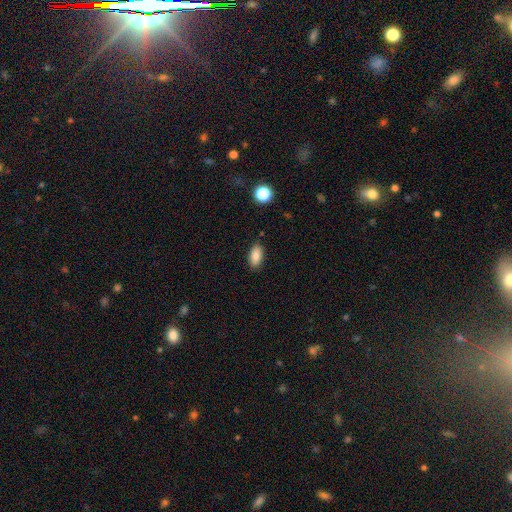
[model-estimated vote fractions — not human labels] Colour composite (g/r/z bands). It shows a smooth galaxy with no disk features (87%) that is in between round and cigar-shaped (91%). Merging: none (86%).